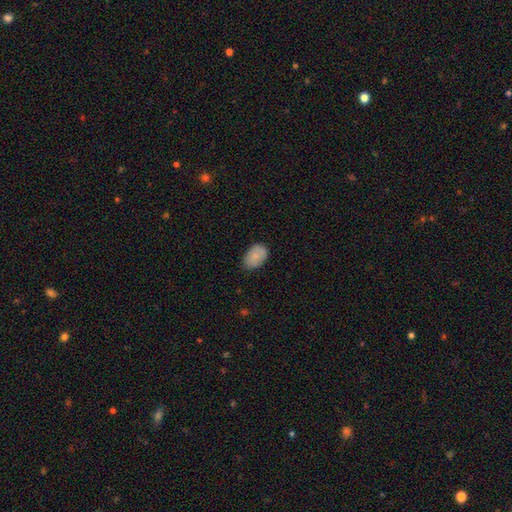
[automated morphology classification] type=smooth (84%); roundness=in between (88%); merging=none (73%).